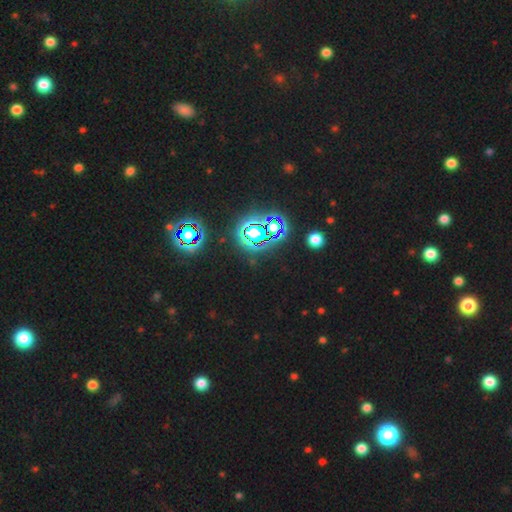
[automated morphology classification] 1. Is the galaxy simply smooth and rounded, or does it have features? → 76% star or artifact, 17% smooth, 7% featured or disk.